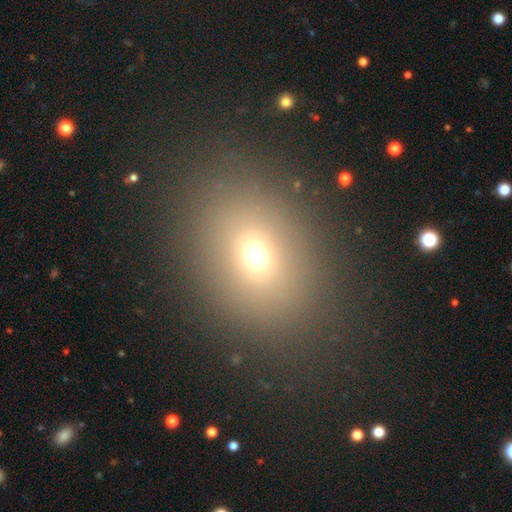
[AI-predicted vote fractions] This is likely a smooth galaxy (67%). How rounded: possibly in between (52%). Merging: clearly none (85%).